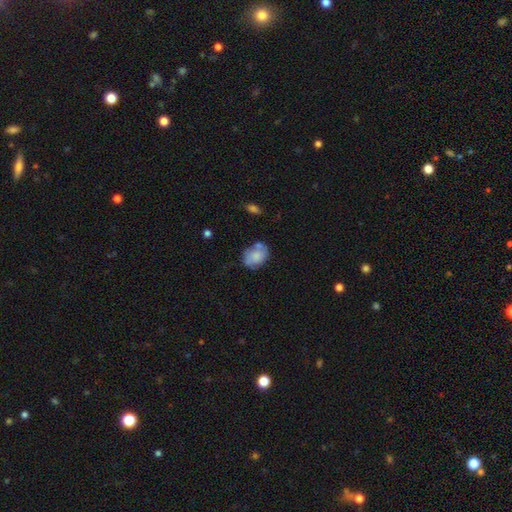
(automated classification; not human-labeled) smooth_or_featured: smooth (p=0.65) [alt: featured or disk p=0.28]
how_rounded: in between (p=0.66) [alt: round p=0.33]
merging: none (p=0.51) [alt: minor disturbance p=0.25]